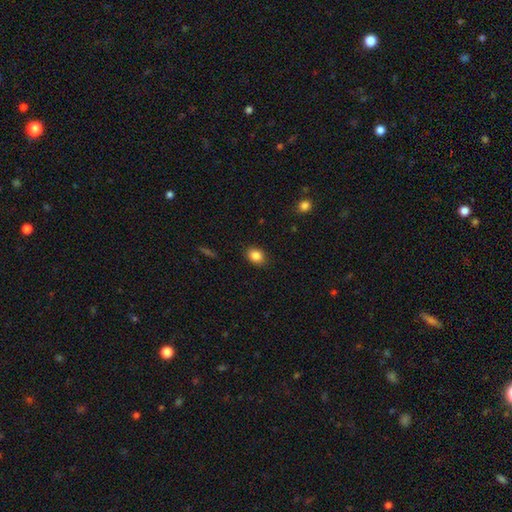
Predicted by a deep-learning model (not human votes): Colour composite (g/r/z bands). It shows a smooth galaxy with no disk features (85%) that is in between round and cigar-shaped (62%). Merging: none (87%).